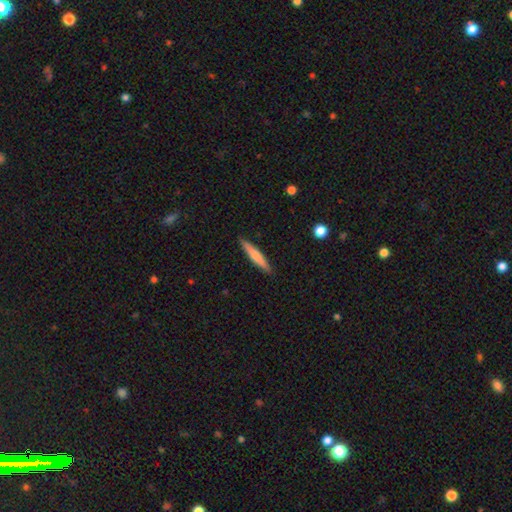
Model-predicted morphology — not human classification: type=smooth (66%); roundness=cigar-shaped (93%); merging=none (91%).